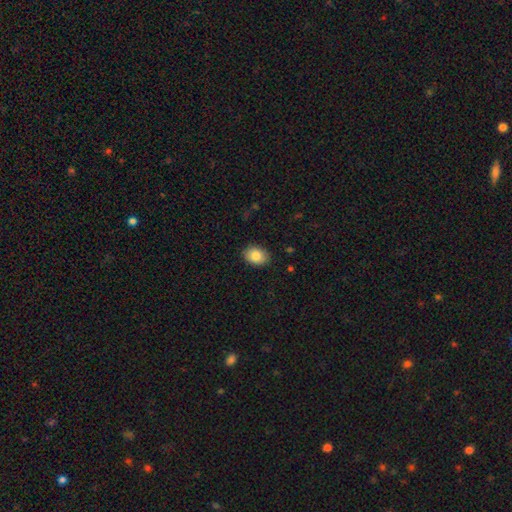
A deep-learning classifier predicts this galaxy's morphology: Smooth or featured? smooth (87%)
How rounded? in between (71%)
Merging? none (87%)